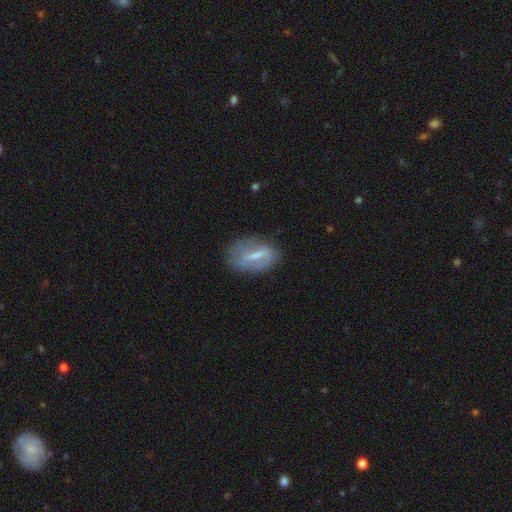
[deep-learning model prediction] Overall: featured or disk (52%; smooth 40%). Edge-on disk: no (91%). Merging: none (66%).